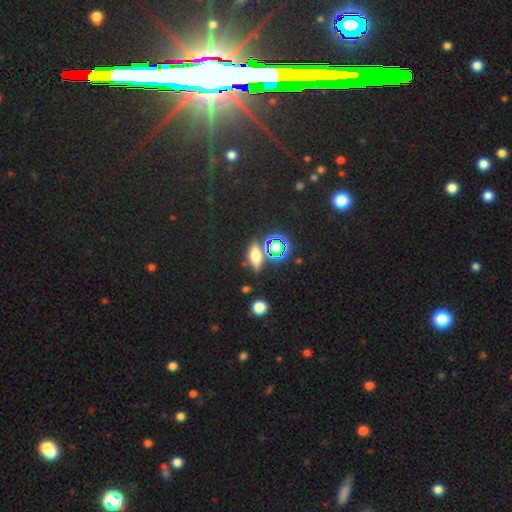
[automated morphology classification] This is possibly a smooth galaxy (50%). Merging: likely none (76%).